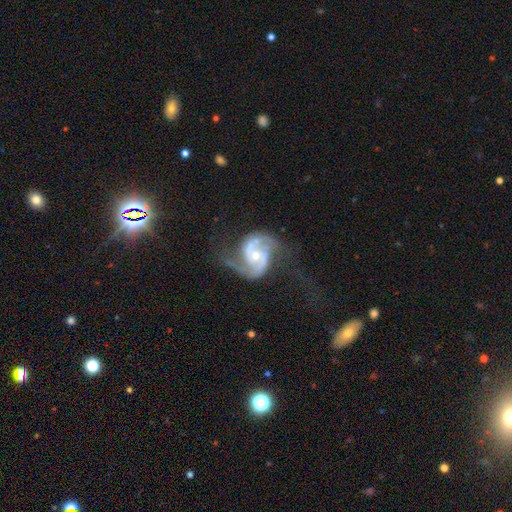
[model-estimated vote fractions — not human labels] featured or disk 90%, smooth 5%, star or artifact 5%. Down the decision tree: edge-on disk — no (98%); bar — no (56%); spiral arms — yes (97%); spiral arm count — 2 (91%); spiral winding — medium (54%); bulge size — small (49%); merging — none (58%).